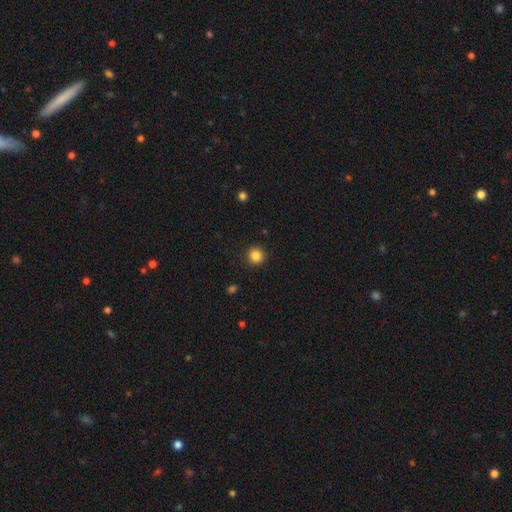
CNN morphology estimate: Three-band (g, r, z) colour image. It shows a smooth galaxy with no disk features (85%) that is round (94%). Merging: none (92%).